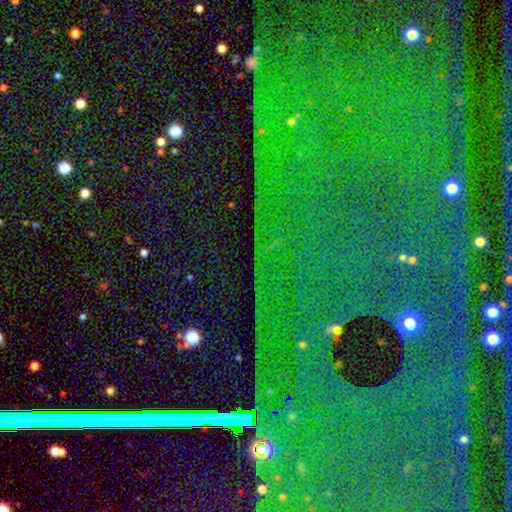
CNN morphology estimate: This appears to be a star or artifact, not a galaxy (83%).